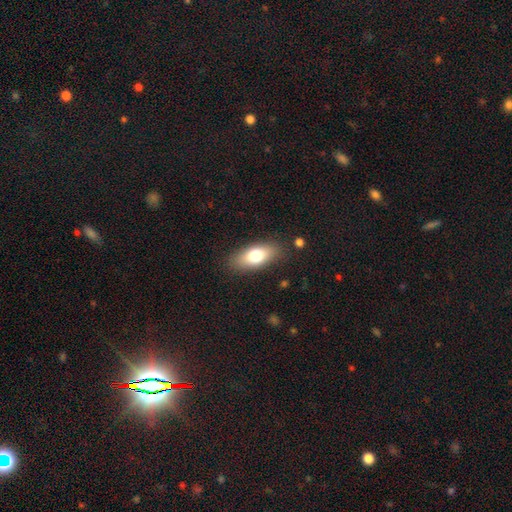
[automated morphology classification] Q: Smooth or featured?
A: smooth (73%); runner-up: featured or disk (19%)
Q: How rounded?
A: in between (82%); runner-up: cigar-shaped (15%)
Q: Merging?
A: none (85%); runner-up: minor disturbance (11%)